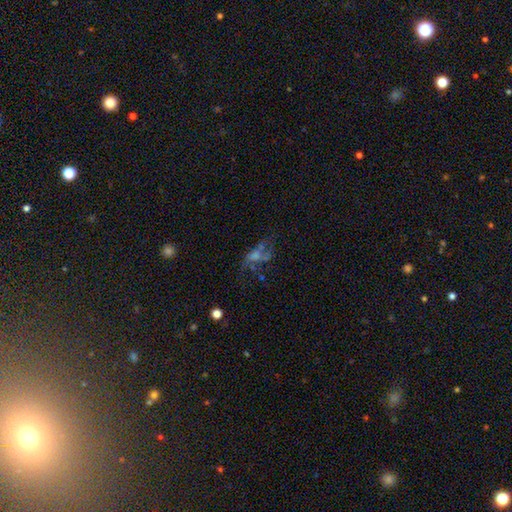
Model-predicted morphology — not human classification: Smooth or featured: featured or disk — 50% (smooth — 26%)
Merging: none — 39% (major disturbance — 34%)